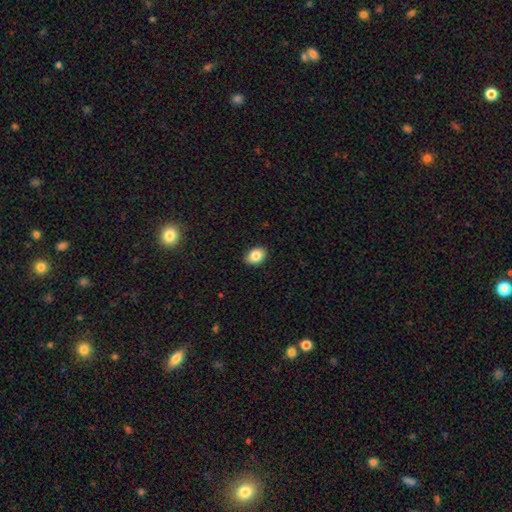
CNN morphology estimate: smooth-or-featured: smooth: 85% | star or artifact: 8% | featured or disk: 7%
  how-rounded: in between: 73% | round: 26% | cigar-shaped: 1%
  merging: none: 89% | minor disturbance: 8% | major disturbance: 2% | merger: 1%